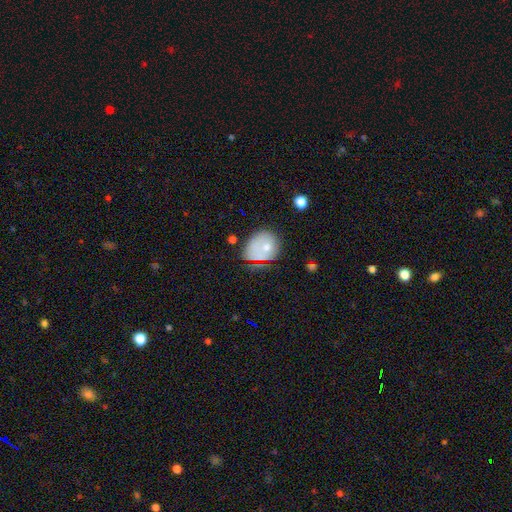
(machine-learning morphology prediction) smooth_or_featured: smooth (p=0.69) [alt: star or artifact p=0.16]
how_rounded: round (p=0.60) [alt: in between p=0.38]
merging: none (p=0.65) [alt: minor disturbance p=0.23]